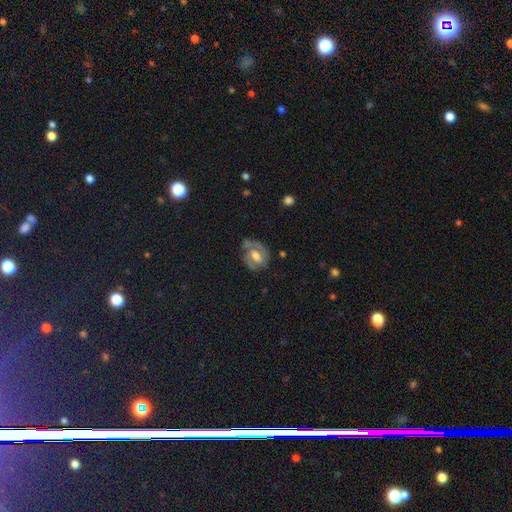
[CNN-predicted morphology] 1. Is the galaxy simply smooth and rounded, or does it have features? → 75% featured or disk, 18% smooth, 7% star or artifact.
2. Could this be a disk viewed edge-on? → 97% no, 3% yes.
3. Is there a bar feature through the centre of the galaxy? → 49% weak, 33% no, 18% strong.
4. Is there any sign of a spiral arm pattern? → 88% yes, 12% no.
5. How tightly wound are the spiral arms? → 44% medium, 43% tight, 13% loose.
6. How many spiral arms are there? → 72% 2, 11% 1, 11% can't tell, 4% 3, 1% 4, 1% more than 4.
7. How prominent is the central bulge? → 57% moderate, 22% large, 16% small, 4% none, 2% dominant.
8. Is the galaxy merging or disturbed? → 62% none, 22% minor disturbance, 13% major disturbance, 3% merger.